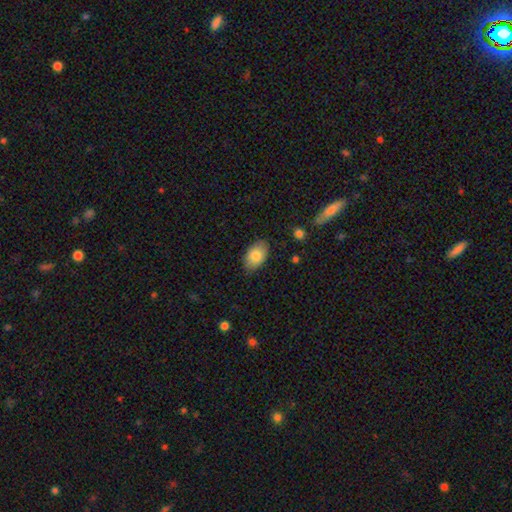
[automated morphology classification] Smooth or featured? Predicted: smooth (p=0.83). How rounded? Predicted: in between (p=0.92). Merging? Predicted: none (p=0.84).